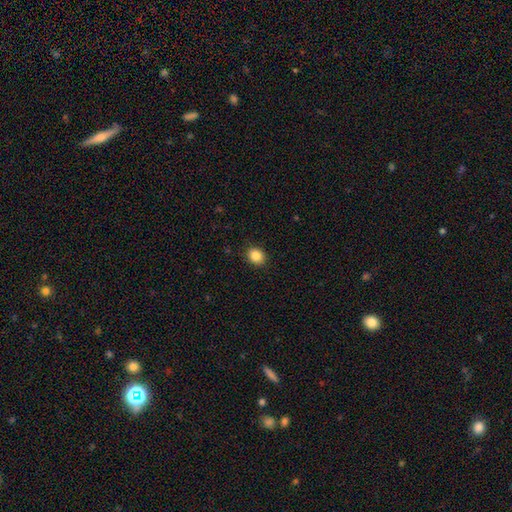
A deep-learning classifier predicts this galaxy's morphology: Smooth or featured: smooth — 86% (star or artifact — 10%)
How rounded: round — 56% (in between — 43%)
Merging: none — 90% (minor disturbance — 7%)